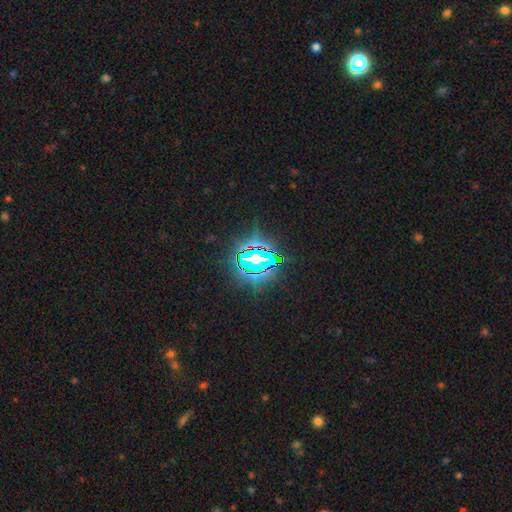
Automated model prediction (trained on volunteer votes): A star or artifact, not a galaxy (75%).